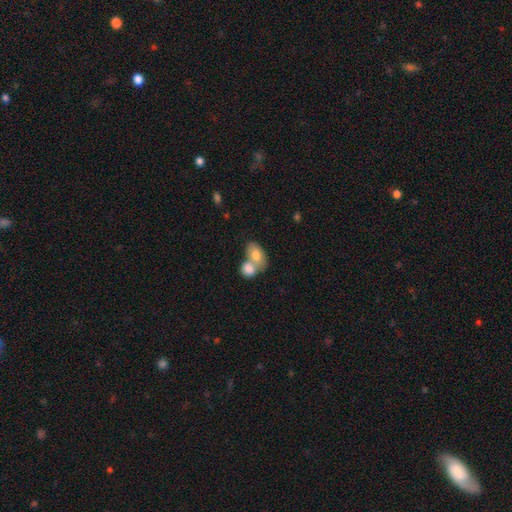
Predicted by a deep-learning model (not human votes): Smooth or featured? smooth (77%)
How rounded? in between (83%)
Merging? merger (67%)